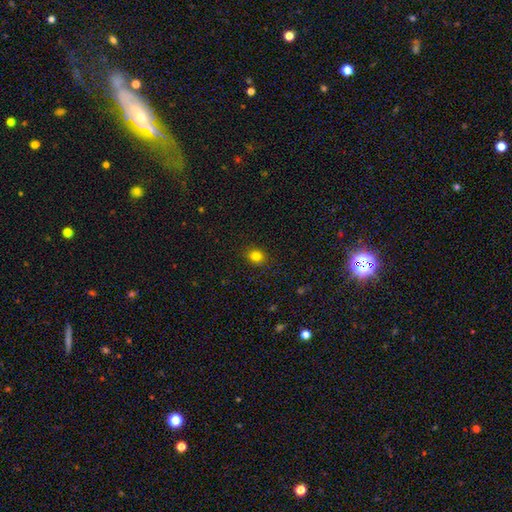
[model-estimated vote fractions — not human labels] This is clearly a smooth galaxy (81%). How rounded: likely round (64%). Merging: clearly none (88%).